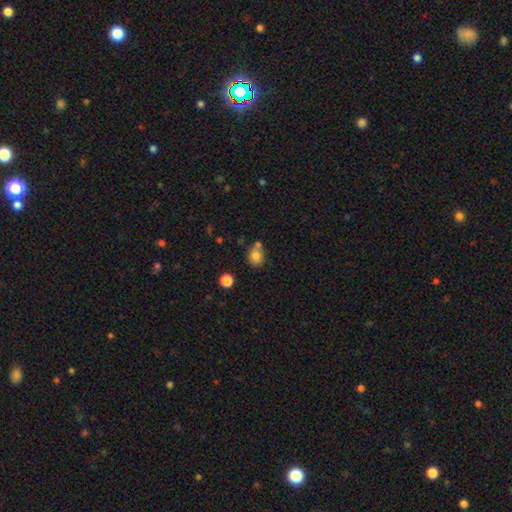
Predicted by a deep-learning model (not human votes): smooth-or-featured: smooth: 79% | star or artifact: 11% | featured or disk: 9%
  how-rounded: round: 71% | in between: 28% | cigar-shaped: 1%
  merging: none: 58% | merger: 21% | minor disturbance: 16% | major disturbance: 5%